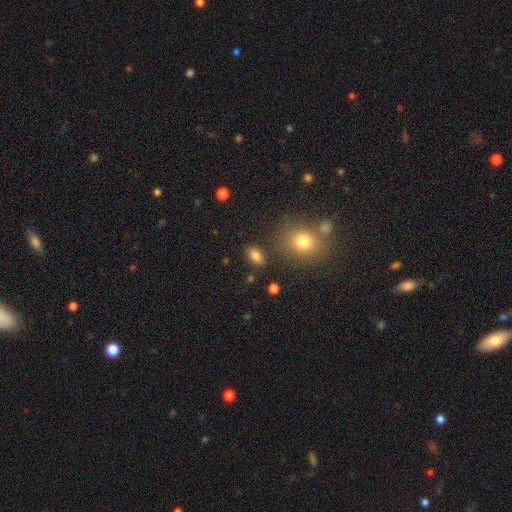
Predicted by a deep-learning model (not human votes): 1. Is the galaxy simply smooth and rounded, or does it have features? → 82% smooth, 11% star or artifact, 7% featured or disk.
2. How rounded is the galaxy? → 87% in between, 9% round, 4% cigar-shaped.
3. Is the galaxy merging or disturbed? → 83% none, 10% minor disturbance, 4% merger, 3% major disturbance.